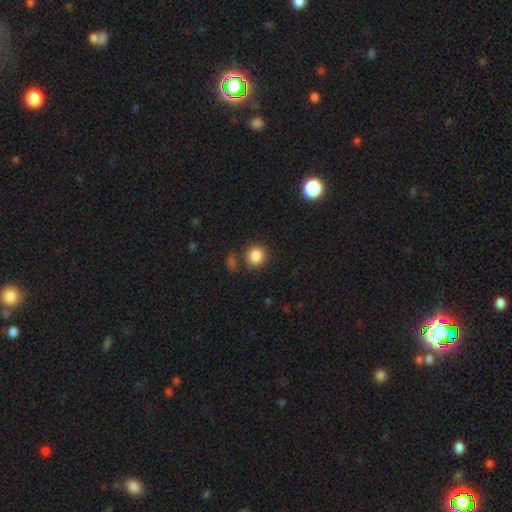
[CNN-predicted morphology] Smooth or featured?
  - smooth: 86% *
  - star or artifact: 10%
  - featured or disk: 4%
How rounded?
  - round: 86% *
  - in between: 13%
  - cigar-shaped: 1%
Merging?
  - none: 77% *
  - minor disturbance: 10%
  - merger: 8%
  - major disturbance: 4%